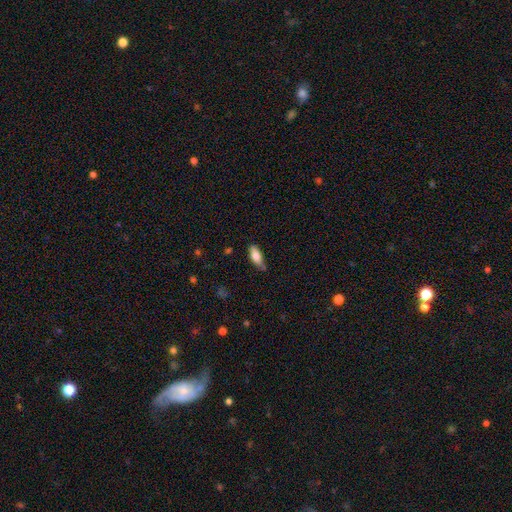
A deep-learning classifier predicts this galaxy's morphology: smooth 80%, featured or disk 13%, star or artifact 7%. Down the decision tree: how rounded — in between (79%); merging — none (70%).